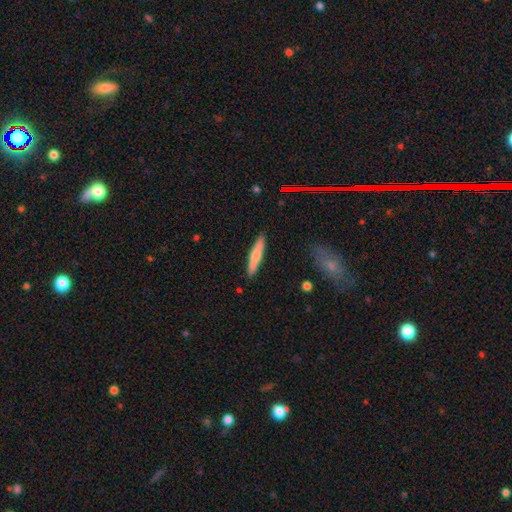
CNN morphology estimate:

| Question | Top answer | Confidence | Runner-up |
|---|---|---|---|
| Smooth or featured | smooth | 71% | featured or disk (24%) |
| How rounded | cigar-shaped | 91% | in between (7%) |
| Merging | none | 89% | minor disturbance (8%) |